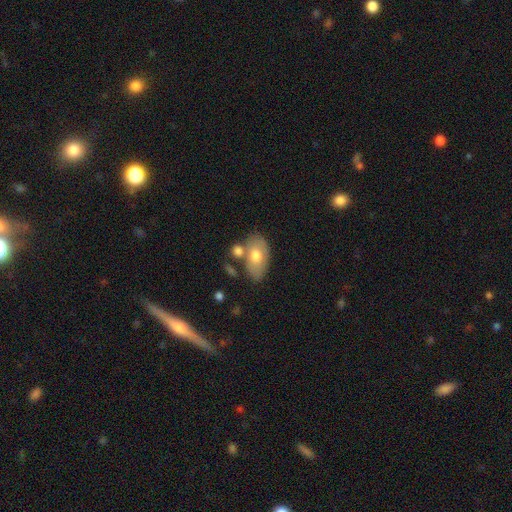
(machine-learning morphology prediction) smooth_or_featured: smooth (p=0.68) [alt: featured or disk p=0.25]
how_rounded: in between (p=0.91) [alt: round p=0.07]
merging: none (p=0.59) [alt: merger p=0.20]